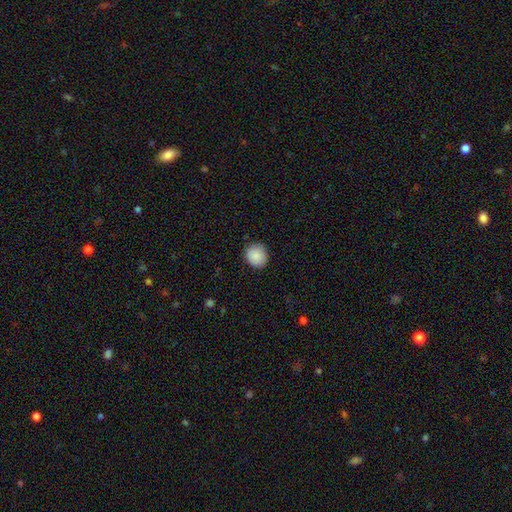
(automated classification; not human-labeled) The model was most divided on "how rounded": round: 82%, in between: 17%, cigar-shaped: 1%. More confident: smooth or featured — smooth (89%); merging — none (88%).